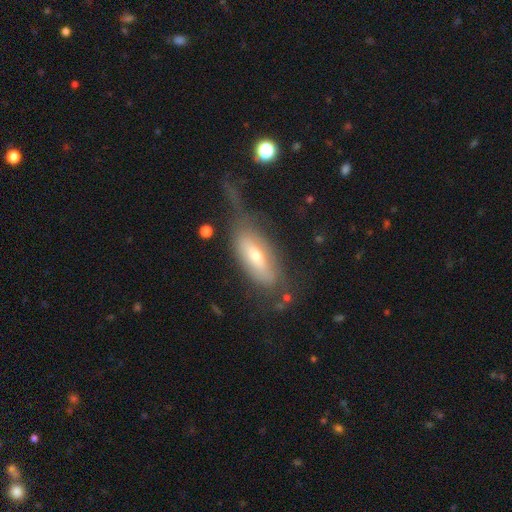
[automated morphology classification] This is possibly a featured or disk galaxy (48%). Merging: marginally none (37%).